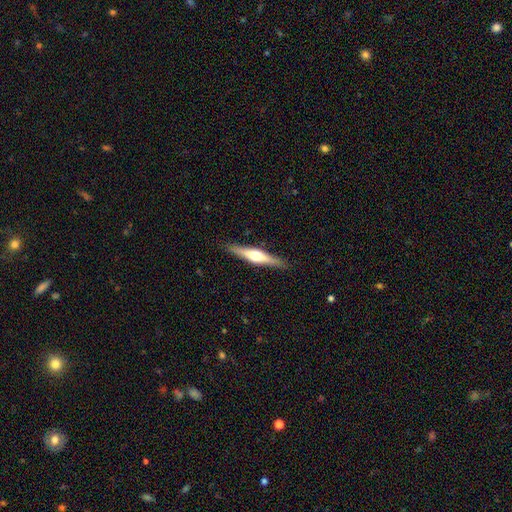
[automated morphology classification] Smooth or featured?
  - featured or disk: 68% *
  - smooth: 27%
  - star or artifact: 5%
Edge-on disk?
  - yes: 97% *
  - no: 3%
Edge-on bulge?
  - rounded: 93% *
  - boxy: 5%
  - none: 3%
Merging?
  - none: 90% *
  - minor disturbance: 7%
  - major disturbance: 2%
  - merger: 1%